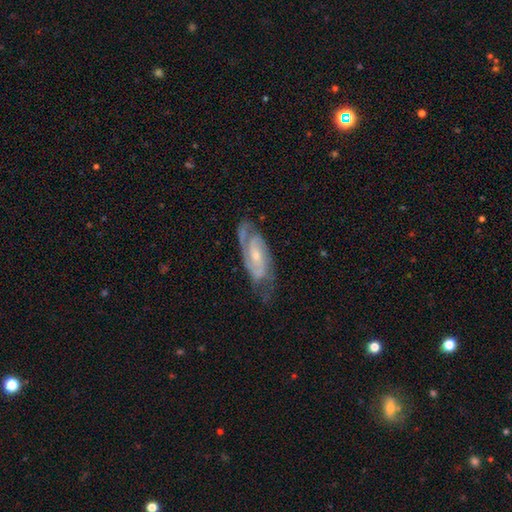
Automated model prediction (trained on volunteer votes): Q: Smooth or featured?
A: featured or disk (87%); runner-up: smooth (8%)
Q: Edge-on disk?
A: no (93%); runner-up: yes (7%)
Q: Bar?
A: no (46%); runner-up: weak (41%)
Q: Spiral arms?
A: yes (97%); runner-up: no (3%)
Q: Spiral winding?
A: tight (49%); runner-up: medium (42%)
Q: Spiral arm count?
A: 2 (76%); runner-up: can't tell (10%)
Q: Bulge size?
A: small (59%); runner-up: moderate (35%)
Q: Merging?
A: none (71%); runner-up: minor disturbance (20%)